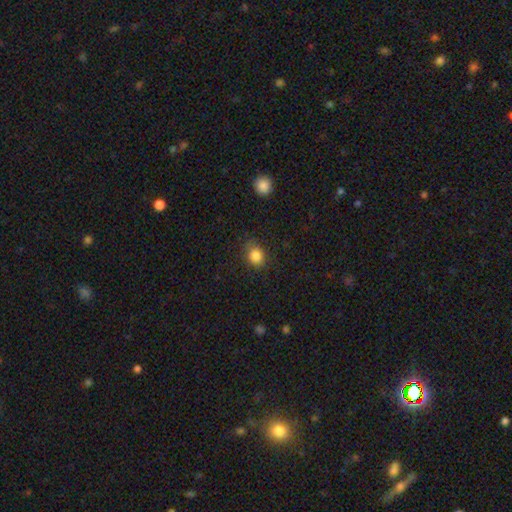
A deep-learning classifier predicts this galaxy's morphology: The model was most divided on "how rounded": round: 68%, in between: 31%, cigar-shaped: 1%. More confident: smooth or featured — smooth (84%); merging — none (78%).